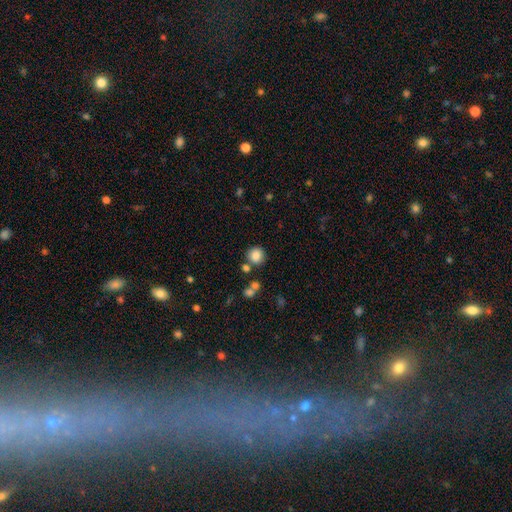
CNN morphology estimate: The model was most divided on "merging": none: 76%, merger: 11%, minor disturbance: 10%, major disturbance: 3%. More confident: how rounded — round (90%); smooth or featured — smooth (84%).